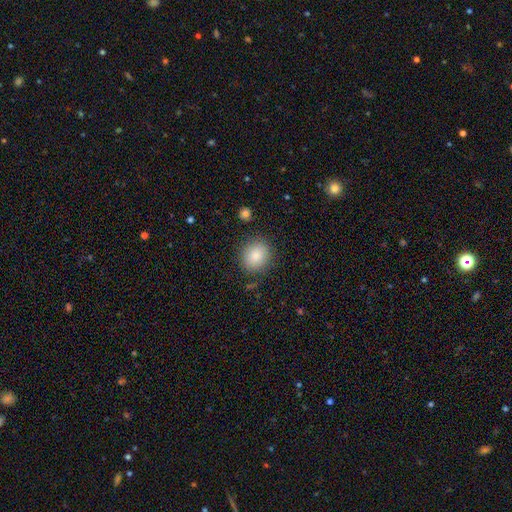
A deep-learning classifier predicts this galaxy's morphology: Smooth or featured: smooth — 85% (star or artifact — 9%)
How rounded: round — 74% (in between — 25%)
Merging: none — 85% (minor disturbance — 9%)